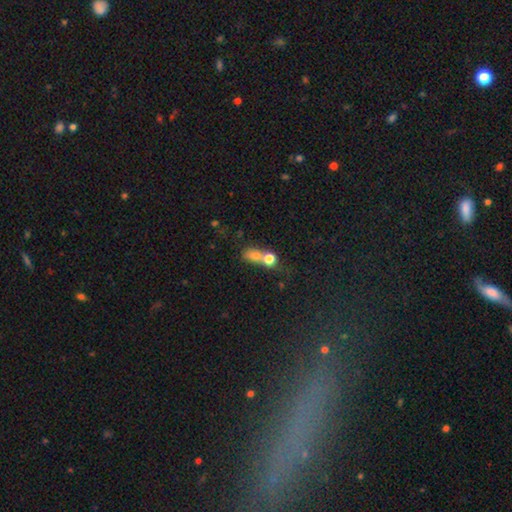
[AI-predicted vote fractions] Overall: smooth (73%). How rounded: round (48%; in between 47%). Merging: merger (57%; none 28%).